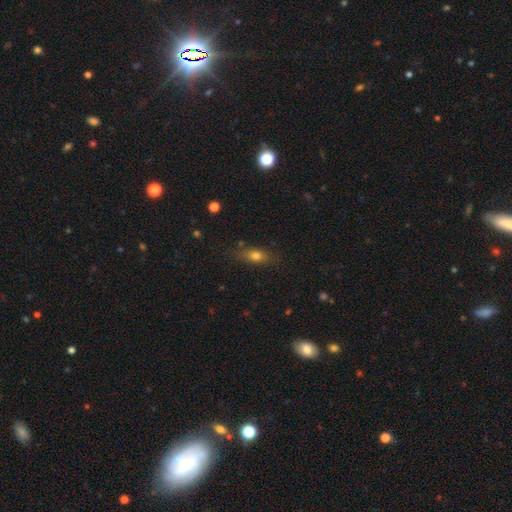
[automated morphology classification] This appears to be a smooth galaxy with no disk features (72%) that is in between round and cigar-shaped (68%). Merging: none (76%).